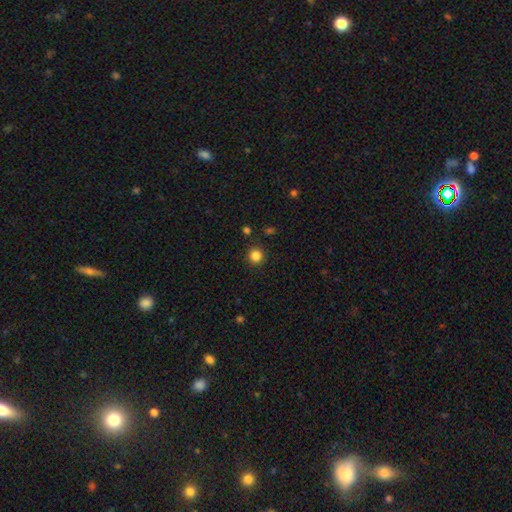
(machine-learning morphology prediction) Smooth or featured: smooth — 85% (star or artifact — 12%)
How rounded: round — 94% (in between — 5%)
Merging: none — 90% (minor disturbance — 6%)